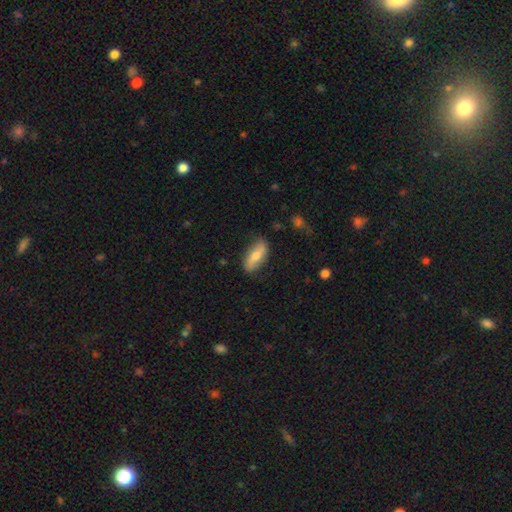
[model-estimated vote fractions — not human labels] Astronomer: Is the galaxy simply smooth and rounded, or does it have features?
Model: smooth — 58% (runner-up: featured or disk, 35%).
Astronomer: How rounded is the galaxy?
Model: in between — 74%.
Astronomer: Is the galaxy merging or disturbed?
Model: none — 80%.